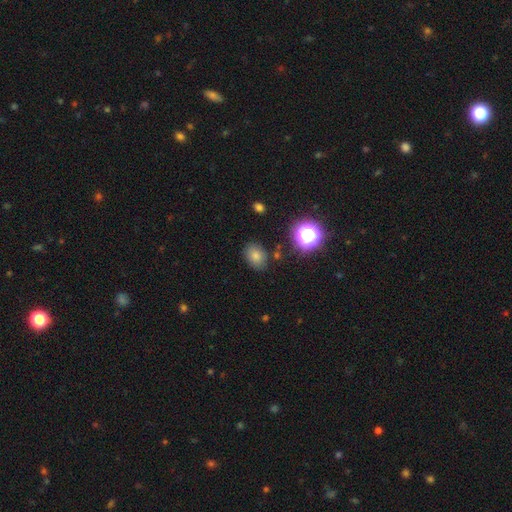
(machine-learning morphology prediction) Smooth or featured? smooth (77%)
How rounded? in between (63%)
Merging? none (80%)